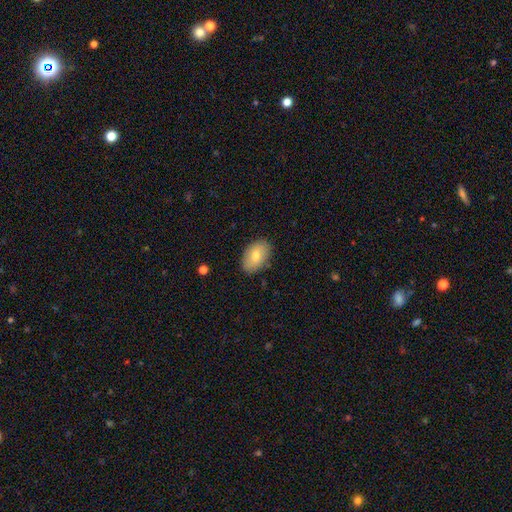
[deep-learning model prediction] smooth-or-featured: smooth: 75% | featured or disk: 18% | star or artifact: 7%
  how-rounded: in between: 91% | round: 8% | cigar-shaped: 1%
  merging: none: 86% | minor disturbance: 11% | major disturbance: 2% | merger: 1%